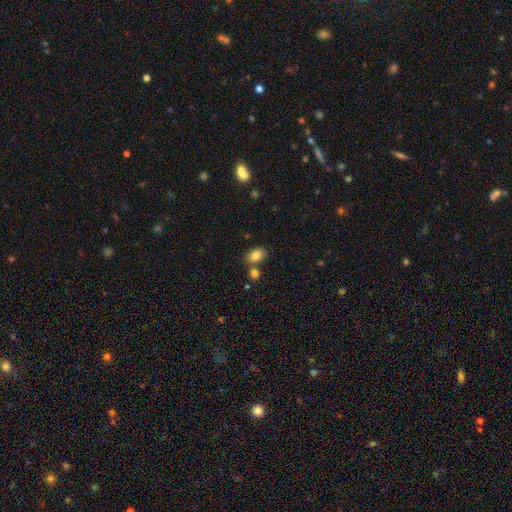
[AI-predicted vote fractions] Overall: smooth (83%). How rounded: in between (79%). Merging: none (66%).